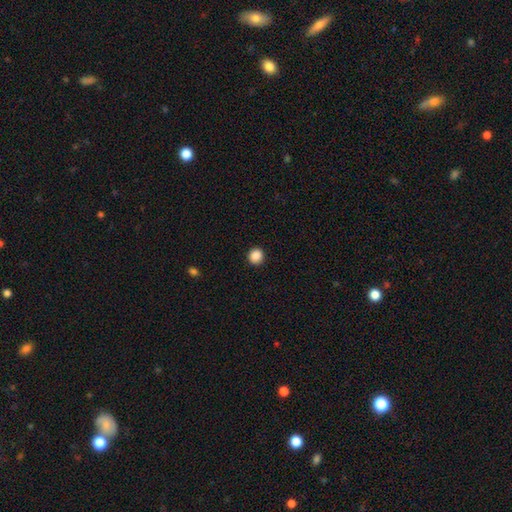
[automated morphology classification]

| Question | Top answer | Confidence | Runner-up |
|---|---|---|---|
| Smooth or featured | smooth | 88% | star or artifact (10%) |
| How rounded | round | 90% | in between (9%) |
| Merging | none | 92% | minor disturbance (5%) |